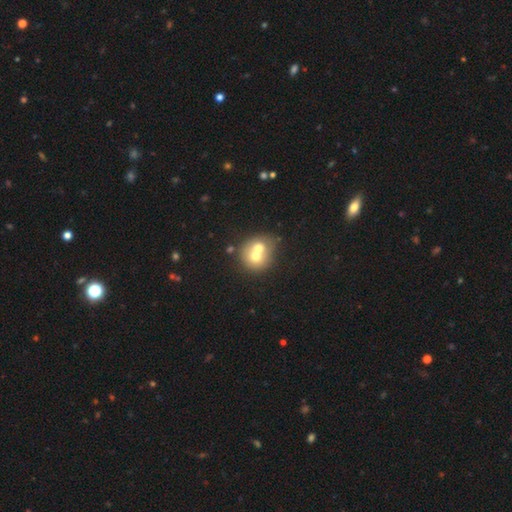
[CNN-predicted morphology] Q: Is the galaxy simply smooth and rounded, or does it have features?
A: smooth — 62%.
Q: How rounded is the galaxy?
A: round — 76%.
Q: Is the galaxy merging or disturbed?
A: merger — 68%.